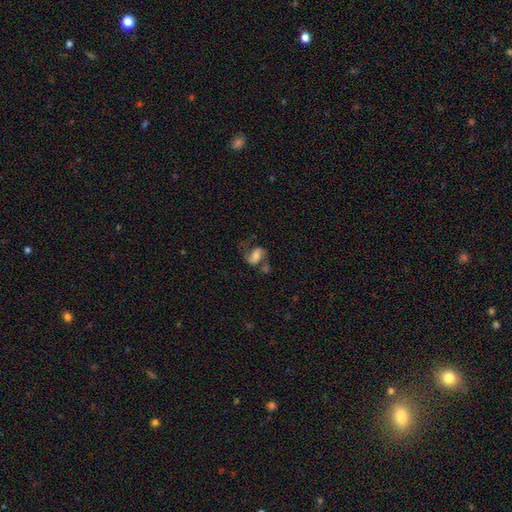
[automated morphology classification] The model was most divided on "bar" (2-way tie): weak: 39%, no: 39%, strong: 22%. Remaining: edge-on disk — no (97%); spiral arms — yes (87%); smooth or featured — featured or disk (58%); bulge size — moderate (42%); merging — none (40%).